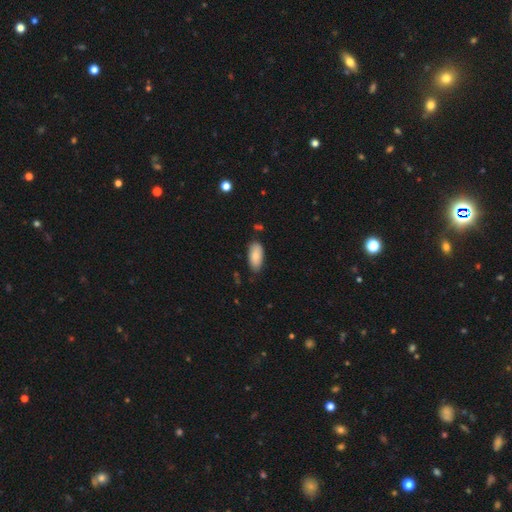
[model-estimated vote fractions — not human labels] smooth-or-featured: smooth: 83% | featured or disk: 10% | star or artifact: 6%
  how-rounded: in between: 91% | cigar-shaped: 7% | round: 2%
  merging: none: 77% | minor disturbance: 18% | major disturbance: 3% | merger: 2%